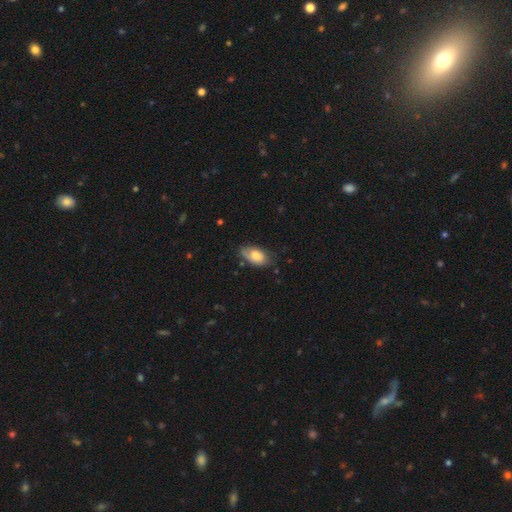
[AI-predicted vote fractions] smooth_or_featured: smooth (p=0.74) [alt: featured or disk p=0.19]
how_rounded: in between (p=0.92) [alt: round p=0.06]
merging: none (p=0.60) [alt: minor disturbance p=0.30]